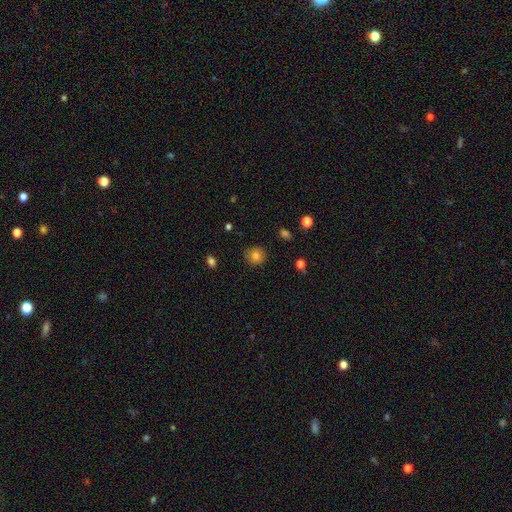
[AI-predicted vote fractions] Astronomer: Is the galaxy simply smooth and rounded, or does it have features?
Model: smooth — 81%.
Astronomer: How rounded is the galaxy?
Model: round — 87%.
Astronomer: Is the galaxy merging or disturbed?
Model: none — 86%.